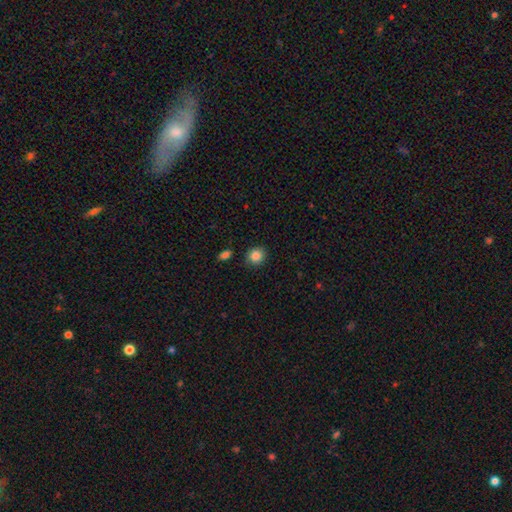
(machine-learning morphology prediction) type=smooth (86%); roundness=round (81%); merging=none (87%).